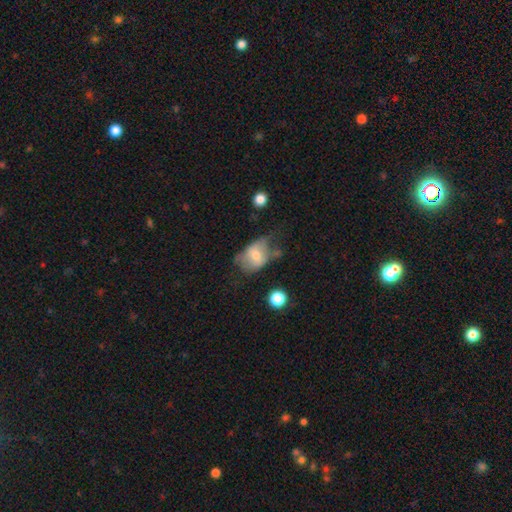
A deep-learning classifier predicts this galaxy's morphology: Overall: smooth (57%; featured or disk 34%). How rounded: in between (75%). Merging: minor disturbance (33%; none 31%).